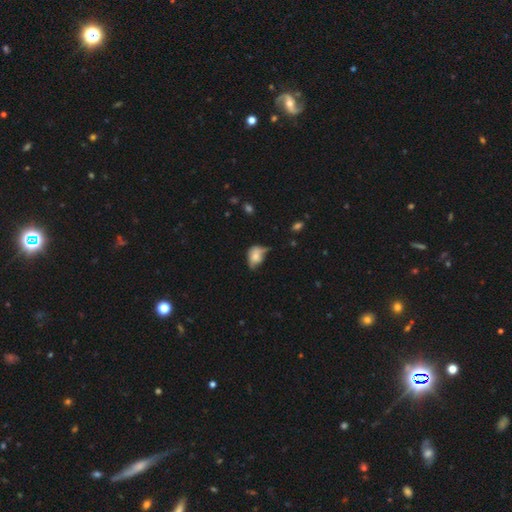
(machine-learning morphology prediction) Q: Smooth or featured?
A: smooth (68%); runner-up: featured or disk (23%)
Q: How rounded?
A: in between (77%); runner-up: round (20%)
Q: Merging?
A: minor disturbance (42%); runner-up: none (28%)